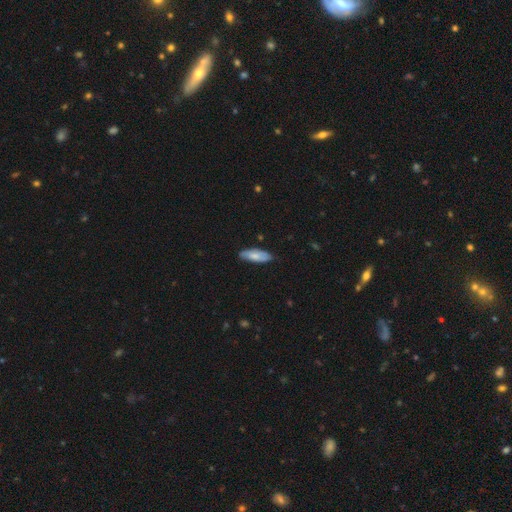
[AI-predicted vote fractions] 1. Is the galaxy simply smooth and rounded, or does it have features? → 67% smooth, 27% featured or disk, 6% star or artifact.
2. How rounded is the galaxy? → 65% in between, 33% cigar-shaped, 2% round.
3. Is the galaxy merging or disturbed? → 81% none, 16% minor disturbance, 2% major disturbance, 1% merger.